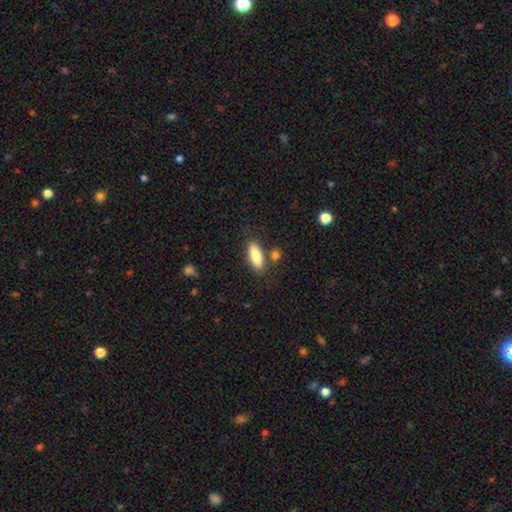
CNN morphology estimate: Smooth or featured? smooth (83%)
How rounded? in between (70%)
Merging? none (75%)